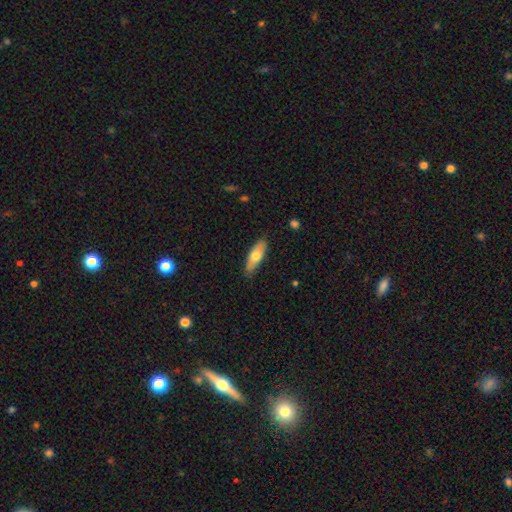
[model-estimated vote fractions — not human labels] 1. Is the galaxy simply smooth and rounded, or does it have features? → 66% smooth, 28% featured or disk, 6% star or artifact.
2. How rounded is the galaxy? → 60% in between, 38% cigar-shaped, 2% round.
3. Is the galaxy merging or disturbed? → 82% none, 14% minor disturbance, 2% major disturbance, 1% merger.